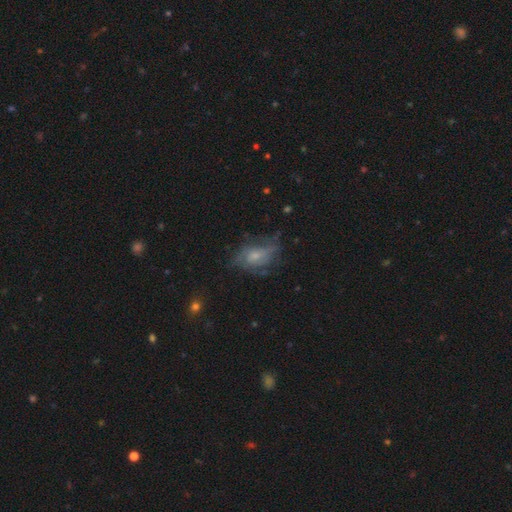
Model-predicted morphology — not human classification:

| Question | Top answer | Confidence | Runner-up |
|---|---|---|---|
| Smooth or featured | featured or disk | 52% | smooth (37%) |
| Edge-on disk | no | 95% | yes (5%) |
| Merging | none | 50% | minor disturbance (27%) |